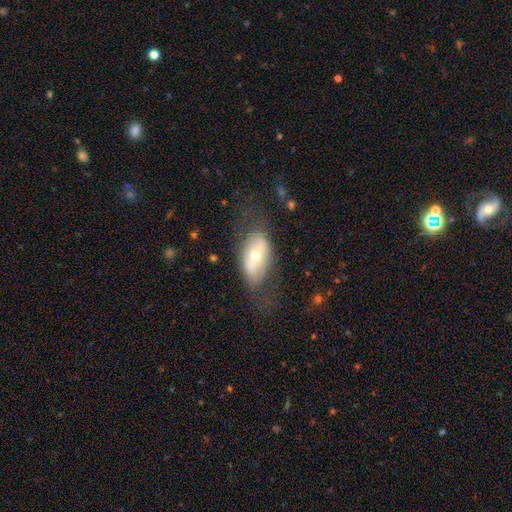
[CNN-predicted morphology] Q: Smooth or featured?
A: featured or disk (46%); runner-up: smooth (45%)
Q: Merging?
A: none (56%); runner-up: minor disturbance (22%)